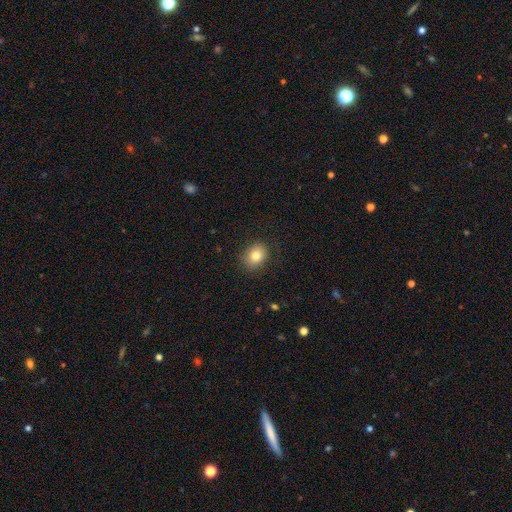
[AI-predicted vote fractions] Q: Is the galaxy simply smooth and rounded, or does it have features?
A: smooth — 81%.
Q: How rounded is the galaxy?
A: round — 57%.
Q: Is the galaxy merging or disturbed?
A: none — 85%.